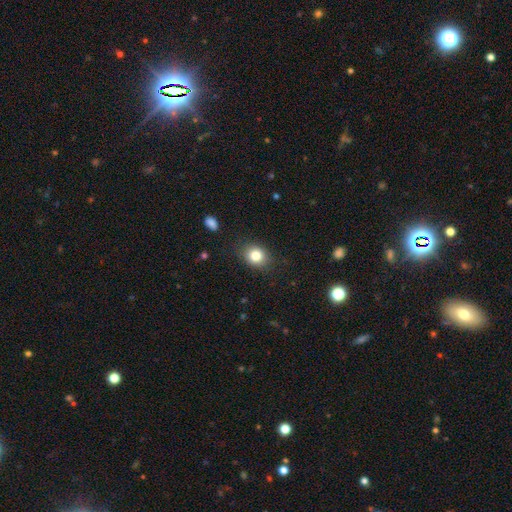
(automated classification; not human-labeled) A smooth galaxy with no disk features (82%) that is round (59%). Merging: none (85%).